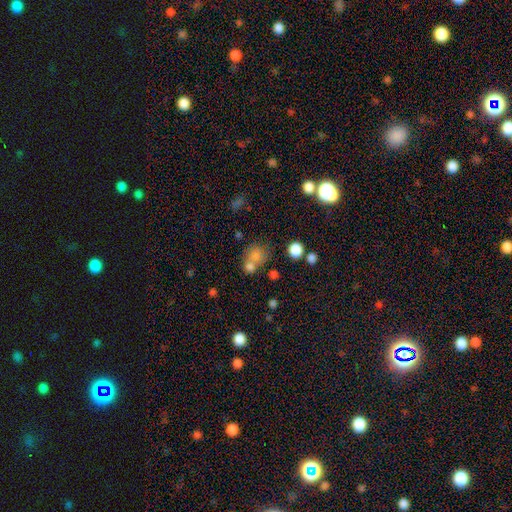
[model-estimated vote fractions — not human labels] Q: Smooth or featured?
A: smooth (74%); runner-up: star or artifact (15%)
Q: How rounded?
A: round (75%); runner-up: in between (24%)
Q: Merging?
A: none (43%); runner-up: merger (41%)